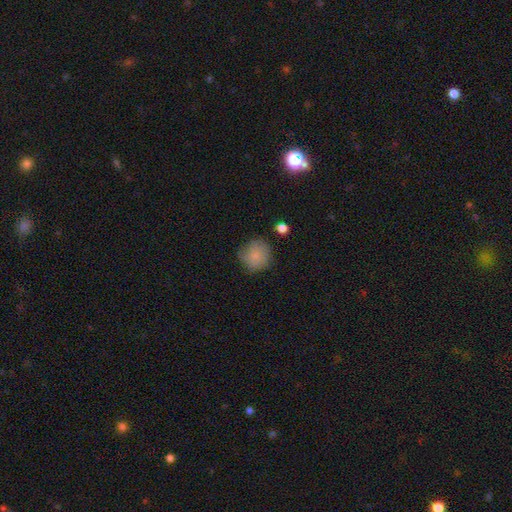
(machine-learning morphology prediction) smooth-or-featured: smooth: 83% | featured or disk: 9% | star or artifact: 8%
  how-rounded: round: 88% | in between: 11% | cigar-shaped: 1%
  merging: none: 72% | minor disturbance: 20% | major disturbance: 5% | merger: 3%